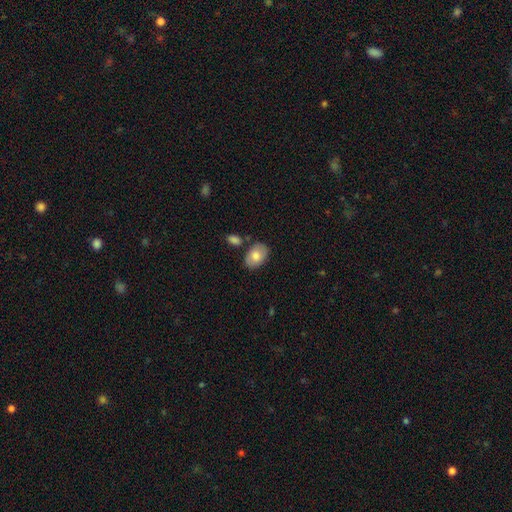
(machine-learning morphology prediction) smooth-or-featured: smooth: 75% | featured or disk: 19% | star or artifact: 6%
  how-rounded: in between: 85% | round: 14% | cigar-shaped: 1%
  merging: none: 75% | minor disturbance: 14% | merger: 7% | major disturbance: 3%